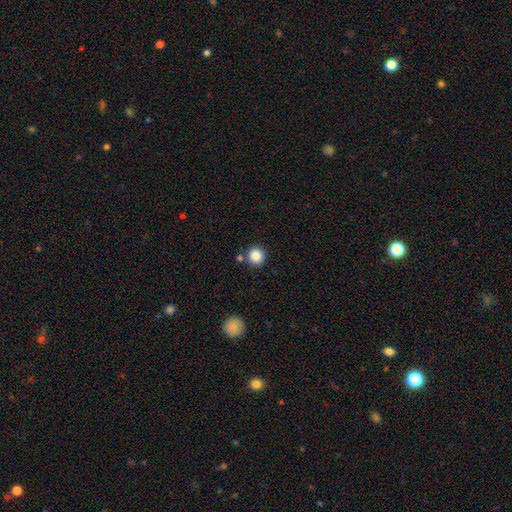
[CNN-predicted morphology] A smooth galaxy with no disk features (87%) that is round (93%). Merging: none (81%).